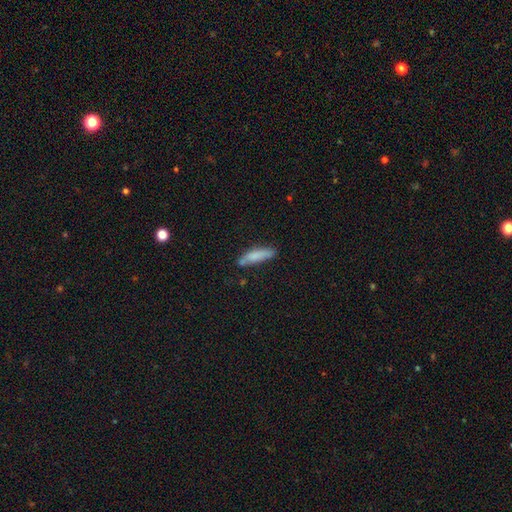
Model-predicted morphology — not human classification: type=smooth (78%); roundness=cigar-shaped (71%); merging=none (67%).